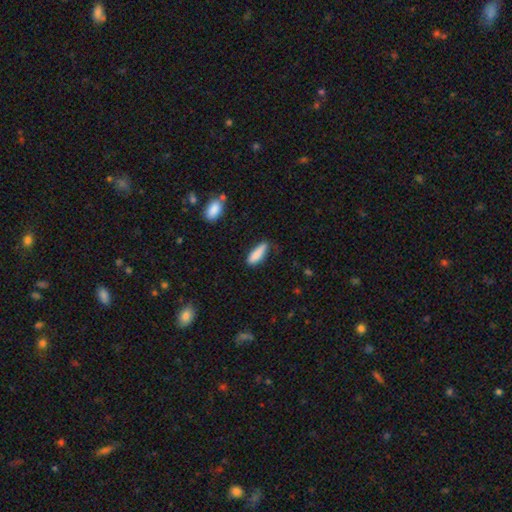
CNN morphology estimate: smooth-or-featured: smooth: 86% | featured or disk: 8% | star or artifact: 7%
  how-rounded: in between: 51% | cigar-shaped: 47% | round: 2%
  merging: none: 59% | minor disturbance: 32% | major disturbance: 6% | merger: 3%